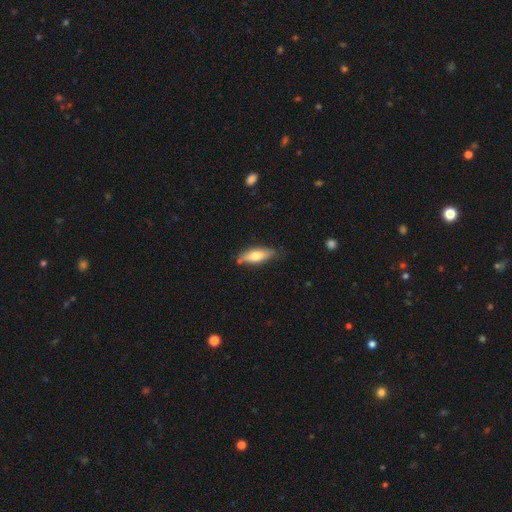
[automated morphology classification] Overall: smooth (70%). How rounded: in between (61%; cigar-shaped 37%). Merging: none (74%).